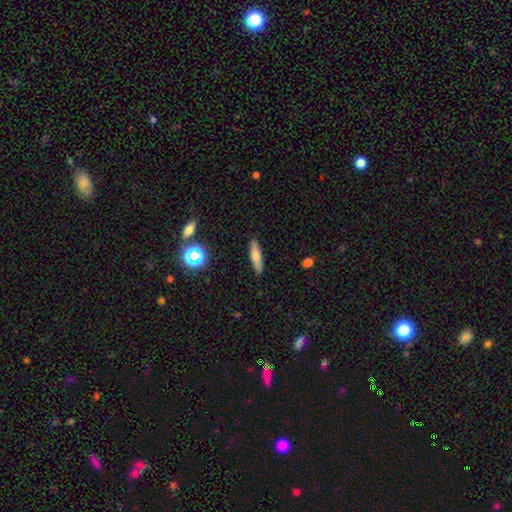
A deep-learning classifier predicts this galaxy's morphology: A smooth galaxy with no disk features (65%) that is cigar-shaped (75%). Merging: none (88%).